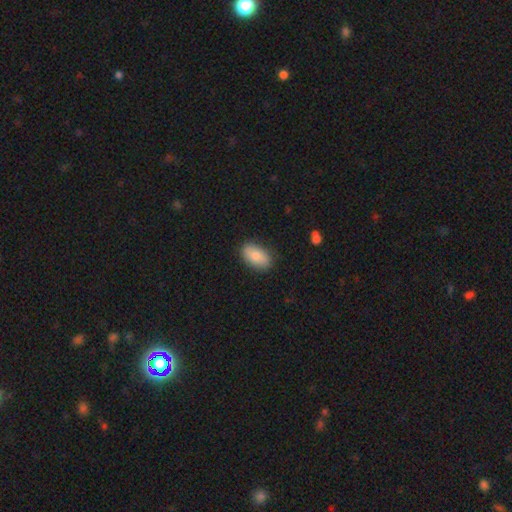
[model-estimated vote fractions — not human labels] Smooth or featured: smooth — 82% (featured or disk — 11%)
How rounded: in between — 92% (round — 6%)
Merging: none — 85% (minor disturbance — 11%)